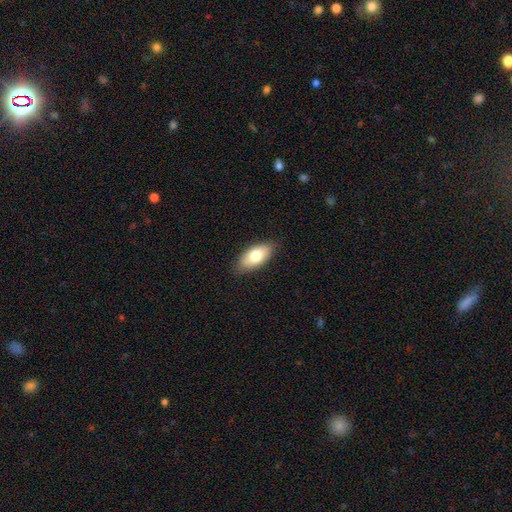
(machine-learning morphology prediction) Overall: smooth (76%). How rounded: in between (91%). Merging: none (86%).